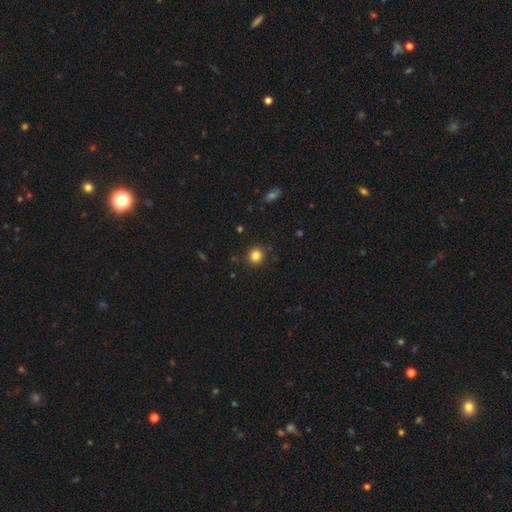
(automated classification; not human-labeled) Smooth or featured?
  - smooth: 82% *
  - star or artifact: 12%
  - featured or disk: 5%
How rounded?
  - round: 90% *
  - in between: 9%
  - cigar-shaped: 1%
Merging?
  - none: 90% *
  - minor disturbance: 6%
  - major disturbance: 2%
  - merger: 2%